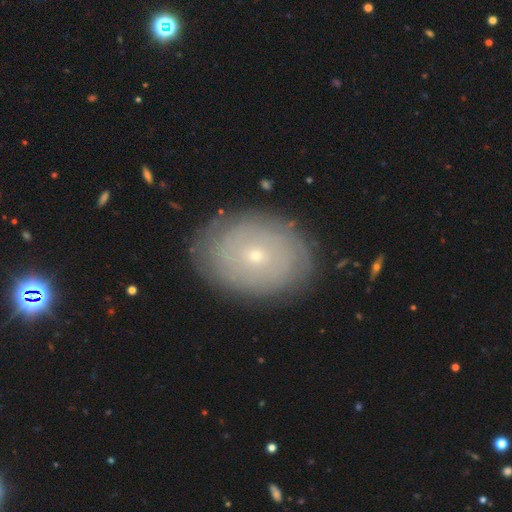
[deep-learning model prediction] Morphology: type=featured or disk (61%); edge-on=no (95%); bar=no (82%); spiral arms=yes (67%); bulge=small (82%); merging=none (85%).